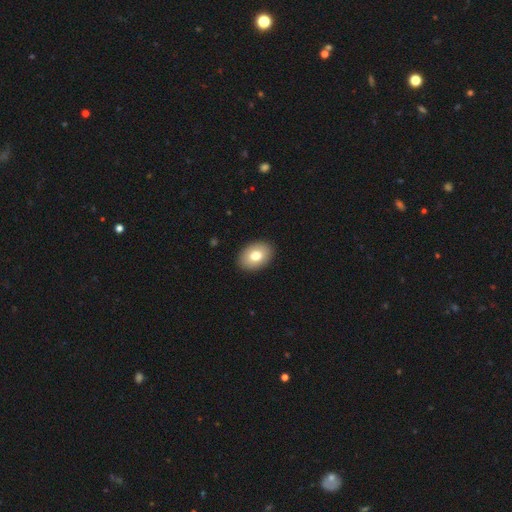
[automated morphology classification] smooth 77%, featured or disk 16%, star or artifact 8%. Down the decision tree: how rounded — in between (80%); merging — none (90%).